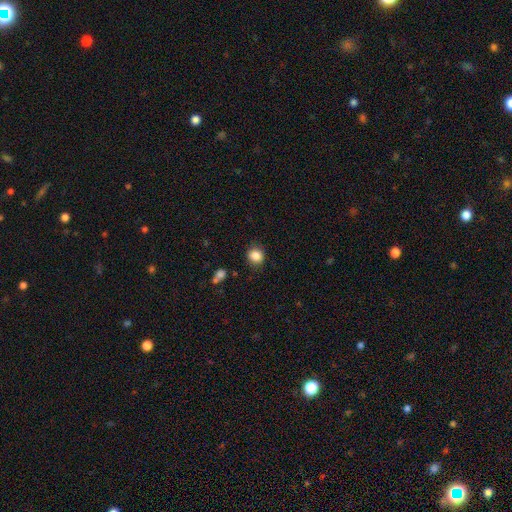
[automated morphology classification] Smooth or featured? smooth (86%)
How rounded? round (79%)
Merging? none (84%)